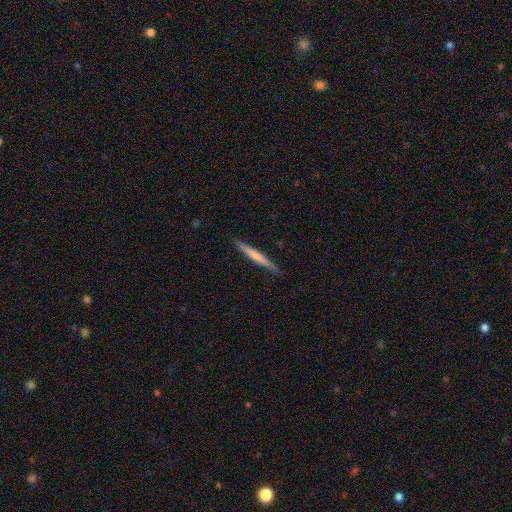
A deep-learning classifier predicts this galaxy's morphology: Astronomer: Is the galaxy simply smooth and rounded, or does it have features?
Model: smooth — 57% (runner-up: featured or disk, 37%).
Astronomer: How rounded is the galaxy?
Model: cigar-shaped — 97%.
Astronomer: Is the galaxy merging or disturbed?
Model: none — 89%.